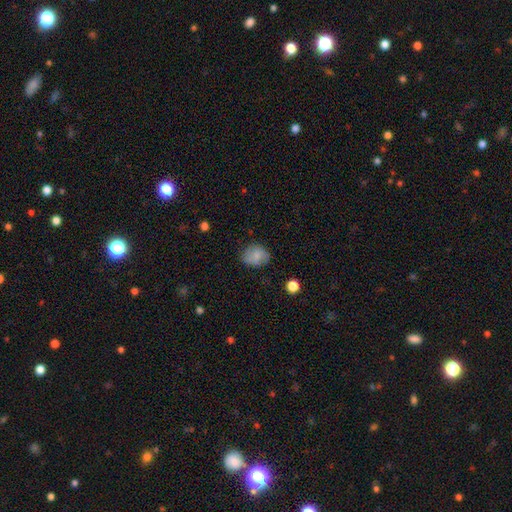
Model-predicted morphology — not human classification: Smooth or featured: smooth — 72% (featured or disk — 20%)
How rounded: round — 50% (in between — 49%)
Merging: none — 72% (minor disturbance — 21%)